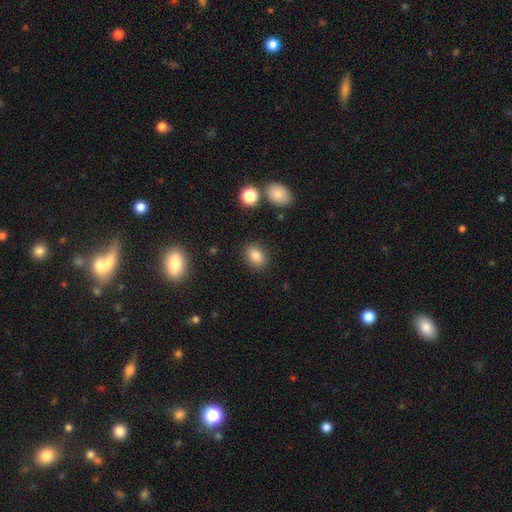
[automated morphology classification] Smooth or featured? smooth (82%)
How rounded? in between (66%)
Merging? none (87%)